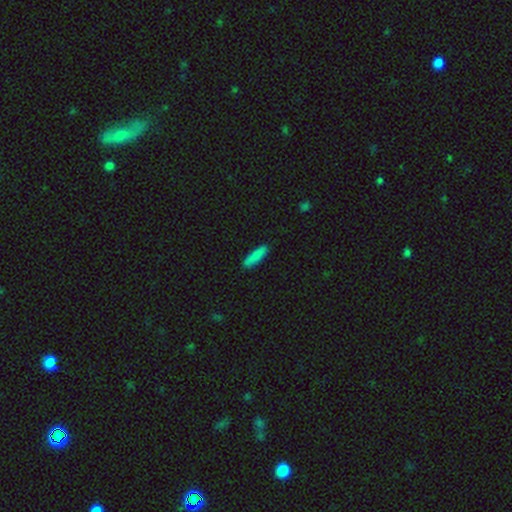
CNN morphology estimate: smooth_or_featured: smooth (p=0.87) [alt: star or artifact p=0.07]
how_rounded: cigar-shaped (p=0.63) [alt: in between p=0.35]
merging: none (p=0.88) [alt: minor disturbance p=0.09]